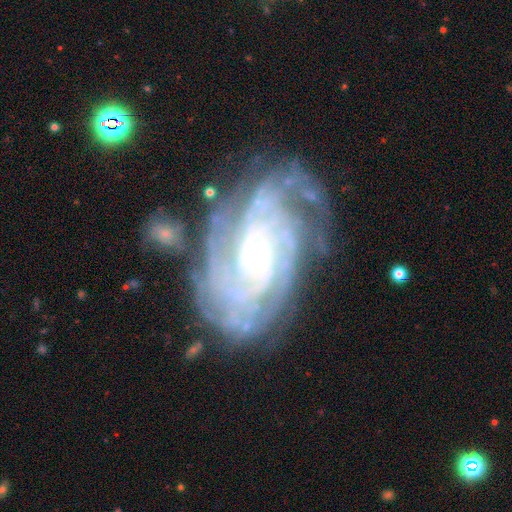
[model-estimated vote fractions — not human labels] smooth-or-featured: featured or disk: 91% | star or artifact: 5% | smooth: 4%
  disk-edge-on: no: 97% | yes: 3%
    bar: no: 64% | weak: 26% | strong: 9%
    has-spiral-arms: yes: 98% | no: 2%
      spiral-winding: tight: 79% | medium: 18% | loose: 3%
      spiral-arm-count: 4: 27% | can't tell: 23% | more than 4: 18% | 3: 15% | 2: 11% | 1: 7%
    bulge-size: small: 79% | moderate: 17% | none: 2% | large: 1% | dominant: 1%
  merging: none: 72% | minor disturbance: 18% | major disturbance: 7% | merger: 3%